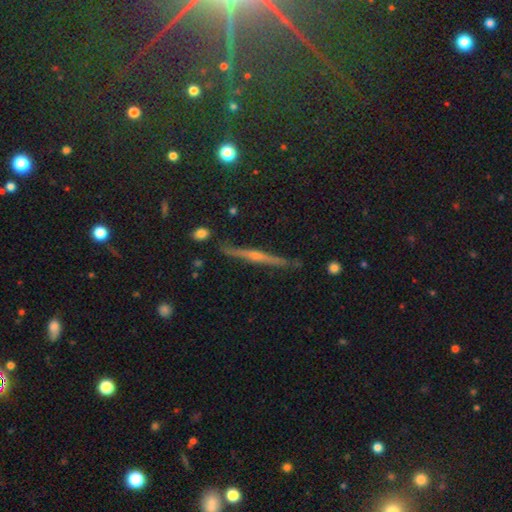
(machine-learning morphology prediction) smooth-or-featured: featured or disk: 73% | star or artifact: 14% | smooth: 13%
  disk-edge-on: yes: 98% | no: 2%
    edge-on-bulge: rounded: 80% | none: 13% | boxy: 7%
  merging: none: 90% | minor disturbance: 6% | merger: 2% | major disturbance: 2%